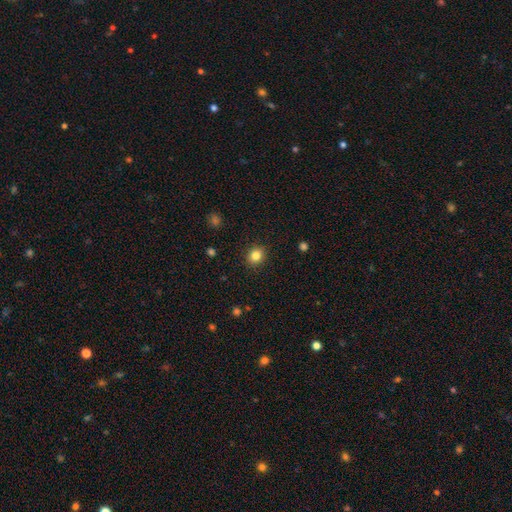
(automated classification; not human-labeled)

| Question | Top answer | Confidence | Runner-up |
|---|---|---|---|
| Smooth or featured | smooth | 83% | star or artifact (11%) |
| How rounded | round | 77% | in between (22%) |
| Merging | none | 90% | minor disturbance (7%) |